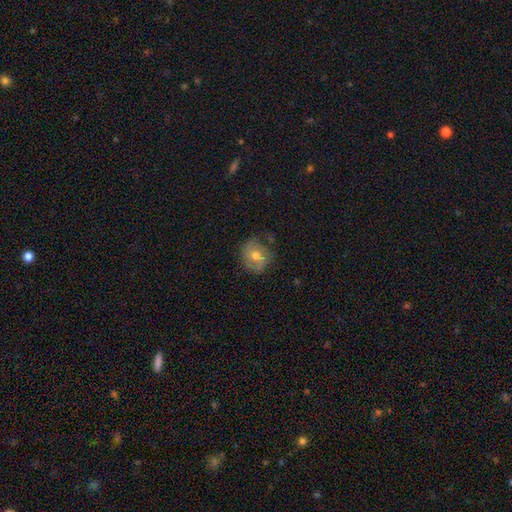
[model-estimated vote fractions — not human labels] The model was most divided on "smooth or featured": smooth: 57%, featured or disk: 35%, star or artifact: 8%. More confident: how rounded — round (78%); merging — none (68%).